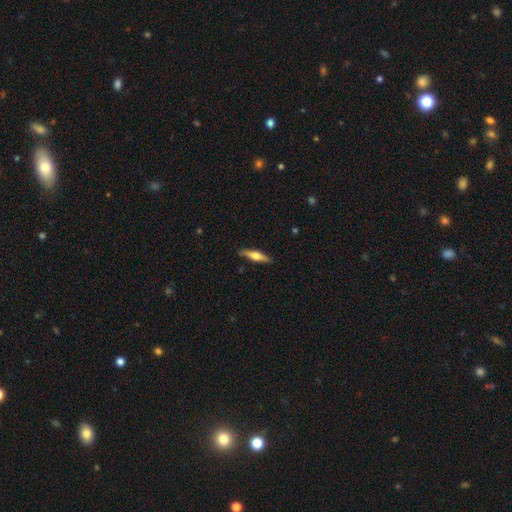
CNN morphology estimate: Smooth or featured: smooth — 50% (featured or disk — 44%)
Merging: none — 87% (minor disturbance — 10%)